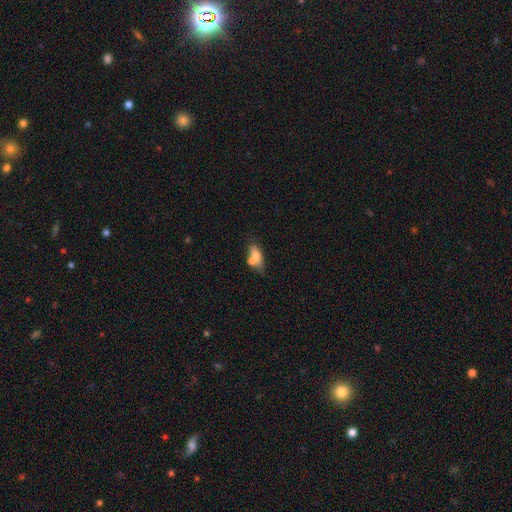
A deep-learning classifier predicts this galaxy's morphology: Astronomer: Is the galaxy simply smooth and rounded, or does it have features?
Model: smooth — 67%.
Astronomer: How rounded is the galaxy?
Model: in between — 74%.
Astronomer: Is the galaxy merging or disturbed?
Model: none — 39%, tied with merger at 39%.